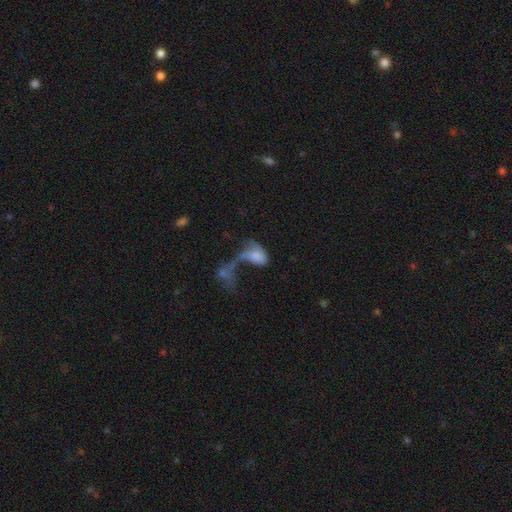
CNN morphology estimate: smooth 57%, featured or disk 33%, star or artifact 9%. Down the decision tree: how rounded — in between (89%); merging — merger (42%).